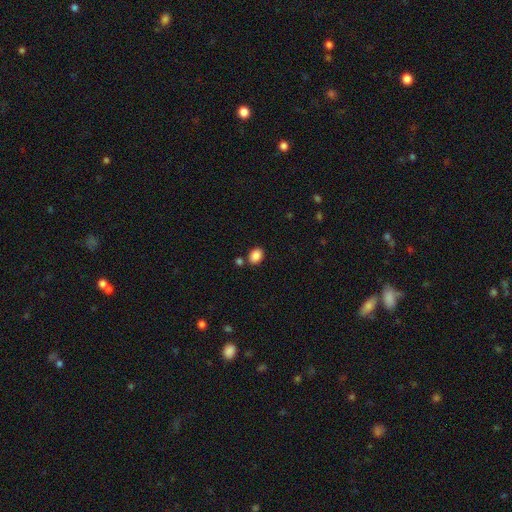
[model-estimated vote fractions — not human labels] Morphology: type=smooth (87%); roundness=in between (65%); merging=none (78%).